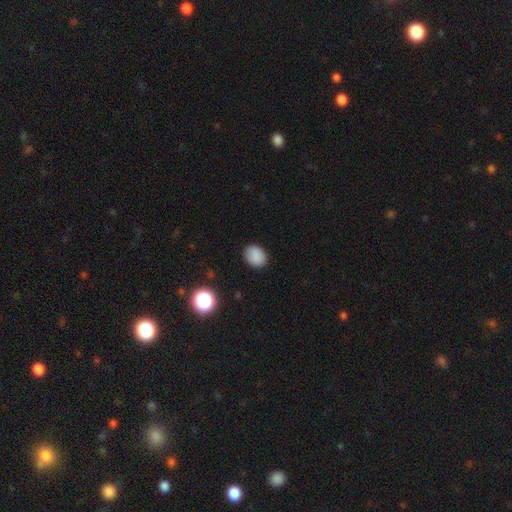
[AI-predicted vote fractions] A smooth galaxy with no disk features (84%) that is in between round and cigar-shaped (57%). Merging: none (86%).